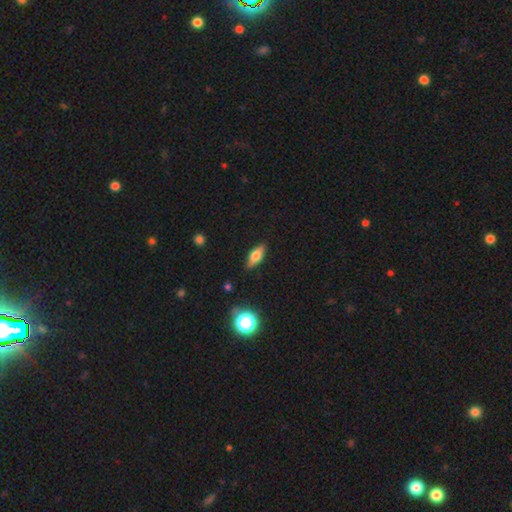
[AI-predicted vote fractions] A smooth galaxy with no disk features (61%) that is in between round and cigar-shaped (67%).

Vote fractions:
- Smooth or featured? smooth: 61% / featured or disk: 30% / star or artifact: 9%
- How rounded? in between: 67% / cigar-shaped: 29% / round: 4%
- Merging? none: 86% / minor disturbance: 10% / major disturbance: 2% / merger: 1%